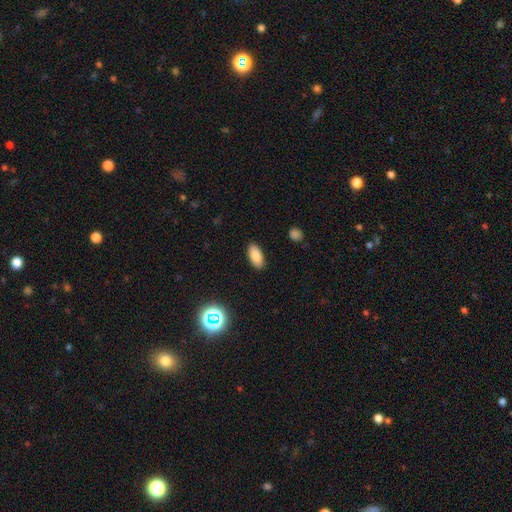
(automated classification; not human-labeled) Overall: smooth (85%). How rounded: in between (88%). Merging: none (89%).